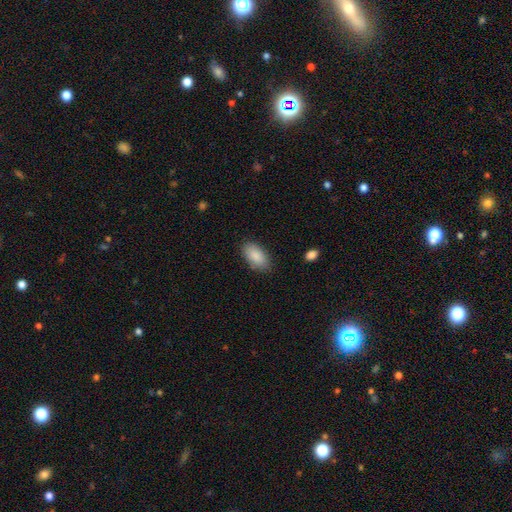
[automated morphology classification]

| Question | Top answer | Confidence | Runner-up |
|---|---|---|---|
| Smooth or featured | smooth | 89% | star or artifact (6%) |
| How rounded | in between | 94% | cigar-shaped (3%) |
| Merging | none | 84% | minor disturbance (12%) |